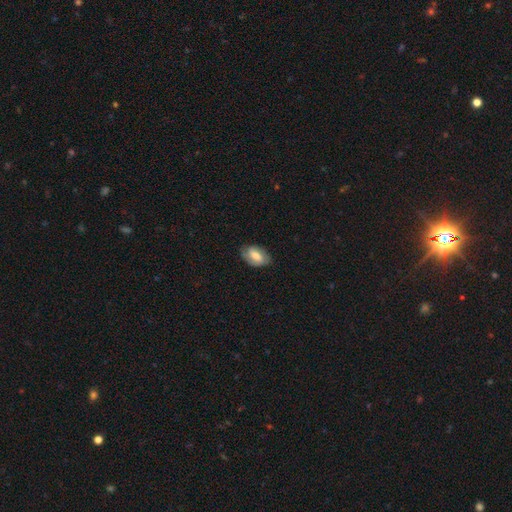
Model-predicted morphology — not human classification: Smooth or featured? Predicted: smooth (p=0.47). Merging? Predicted: none (p=0.76).